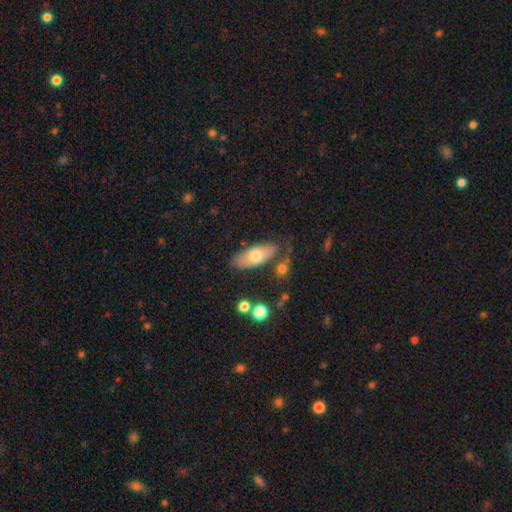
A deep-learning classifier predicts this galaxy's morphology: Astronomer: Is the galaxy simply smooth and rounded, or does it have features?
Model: smooth — 68%.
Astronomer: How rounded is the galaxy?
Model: in between — 80%.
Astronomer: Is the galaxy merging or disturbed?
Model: none — 71%.